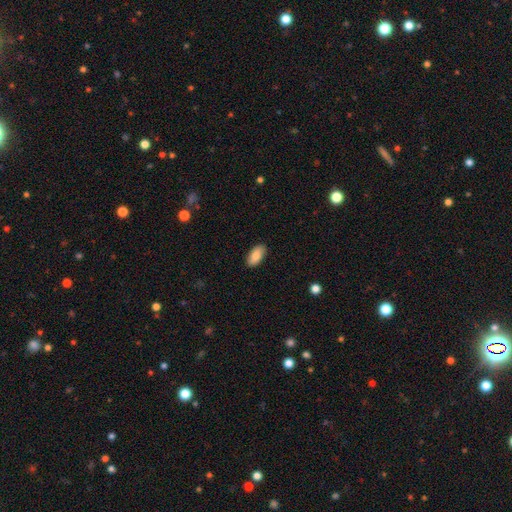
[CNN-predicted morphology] Q: Smooth or featured?
A: smooth (86%); runner-up: featured or disk (8%)
Q: How rounded?
A: in between (91%); runner-up: cigar-shaped (7%)
Q: Merging?
A: none (88%); runner-up: minor disturbance (9%)